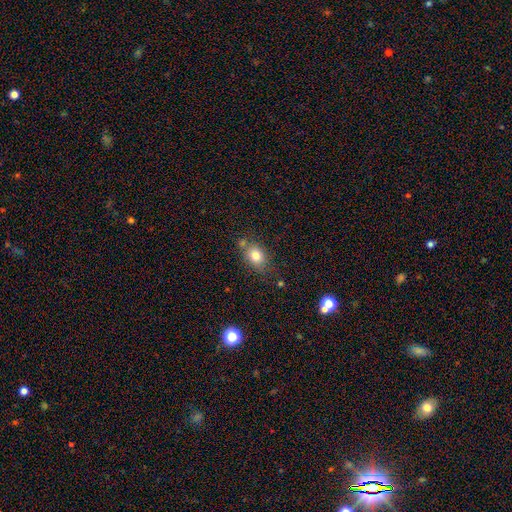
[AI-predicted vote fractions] smooth 79%, star or artifact 11%, featured or disk 10%. Down the decision tree: how rounded — in between (57%); merging — none (66%).